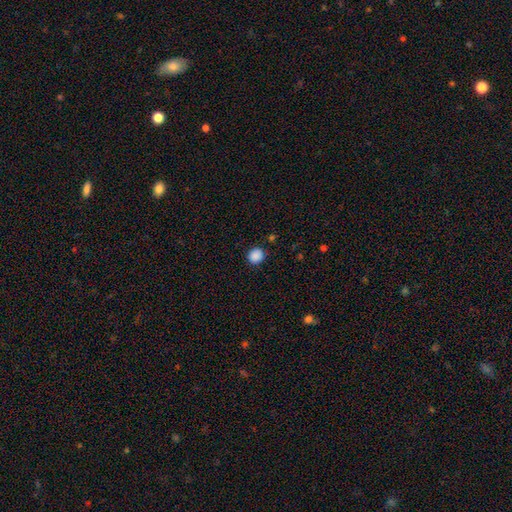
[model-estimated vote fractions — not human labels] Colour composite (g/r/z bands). It shows a smooth galaxy with no disk features (88%) that is round (79%). Merging: none (88%).